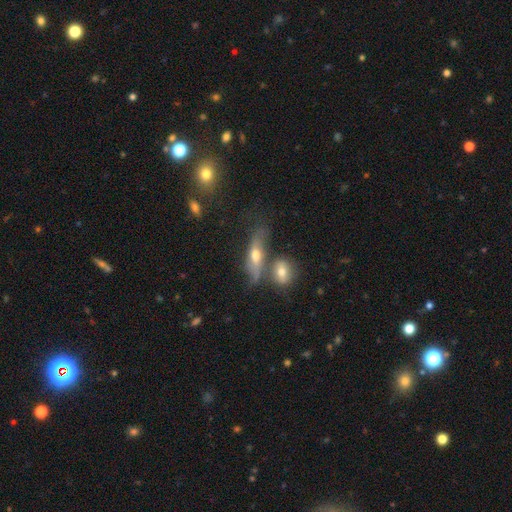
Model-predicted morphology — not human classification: Smooth or featured? Predicted: smooth (p=0.49). Merging? Predicted: none (p=0.44).